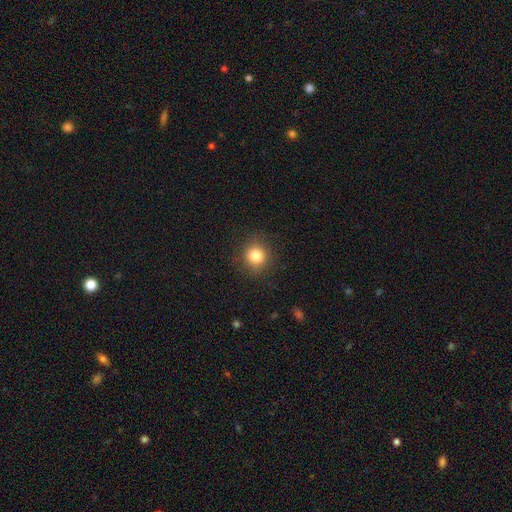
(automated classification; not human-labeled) Smooth or featured: smooth — 82% (star or artifact — 12%)
How rounded: round — 89% (in between — 10%)
Merging: none — 89% (minor disturbance — 7%)